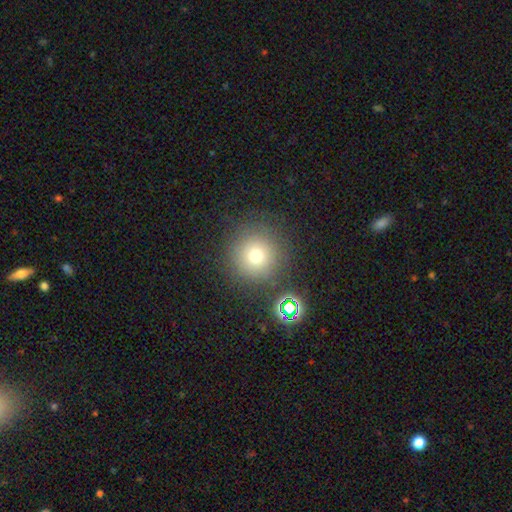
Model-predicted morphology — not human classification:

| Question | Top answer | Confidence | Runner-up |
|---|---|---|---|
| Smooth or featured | smooth | 71% | star or artifact (19%) |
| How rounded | round | 95% | in between (4%) |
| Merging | none | 83% | minor disturbance (8%) |